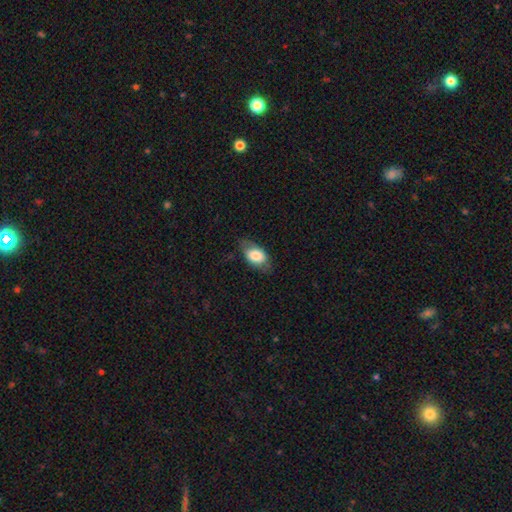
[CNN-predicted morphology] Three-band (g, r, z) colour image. It shows a smooth galaxy with no disk features (74%) that is in between round and cigar-shaped (88%). Merging: none (73%).